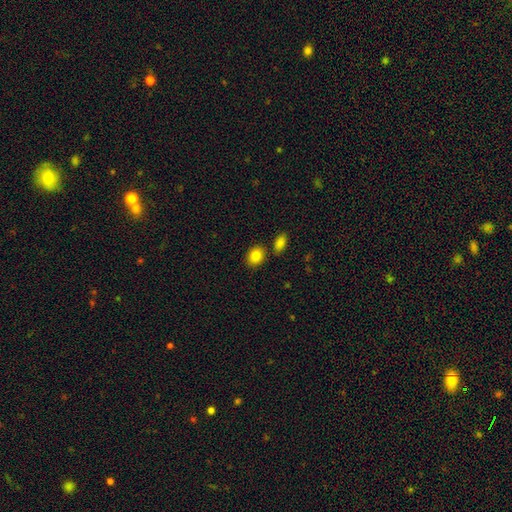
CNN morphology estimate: The model was most divided on "how rounded": in between: 50%, round: 49%, cigar-shaped: 1%. More confident: smooth or featured — smooth (84%); merging — none (80%).